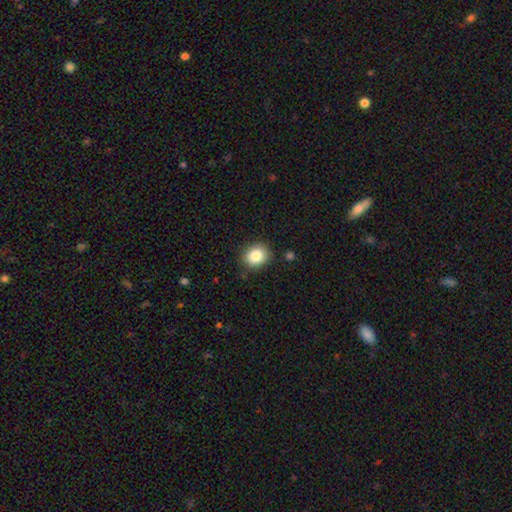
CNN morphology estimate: Overall: smooth (85%). How rounded: round (60%; in between 39%). Merging: none (86%).